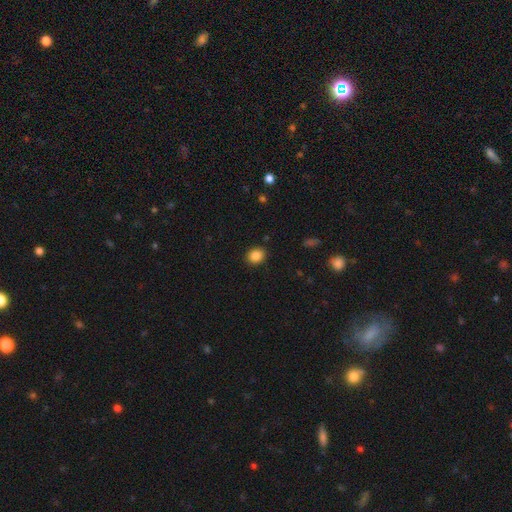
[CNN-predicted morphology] Overall: smooth (86%). How rounded: round (64%; in between 35%). Merging: none (90%).